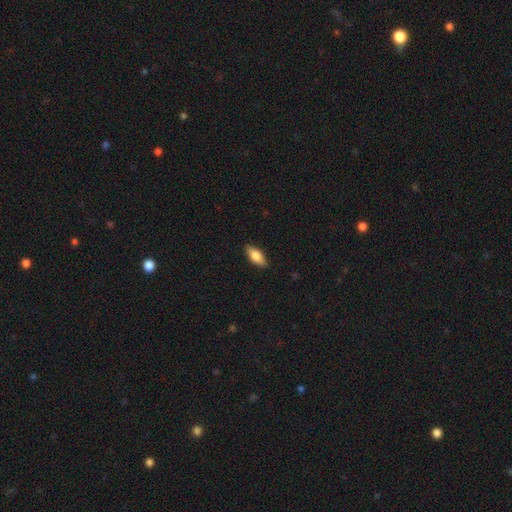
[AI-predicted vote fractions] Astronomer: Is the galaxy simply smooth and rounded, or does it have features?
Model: smooth — 75%.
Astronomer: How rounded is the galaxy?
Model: in between — 80%.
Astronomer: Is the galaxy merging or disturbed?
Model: none — 87%.